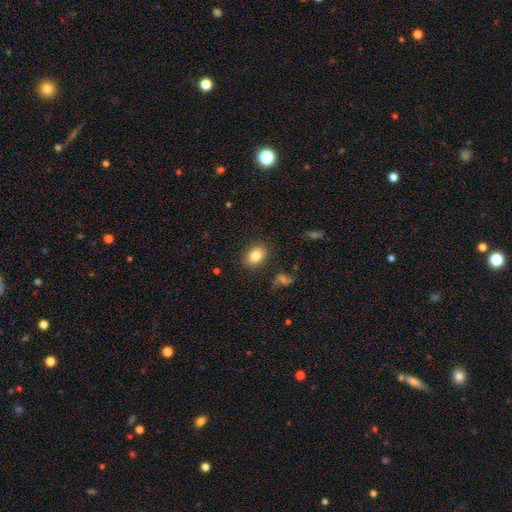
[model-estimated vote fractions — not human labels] Morphology: type=smooth (83%); roundness=in between (77%); merging=none (85%).